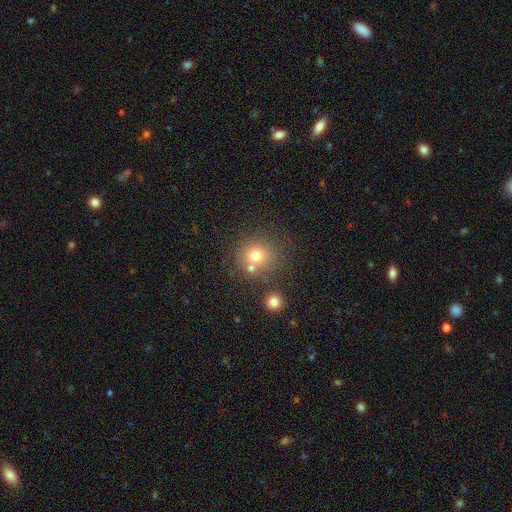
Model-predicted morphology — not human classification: This is likely a smooth galaxy (72%). How rounded: clearly round (85%). Merging: likely none (63%).